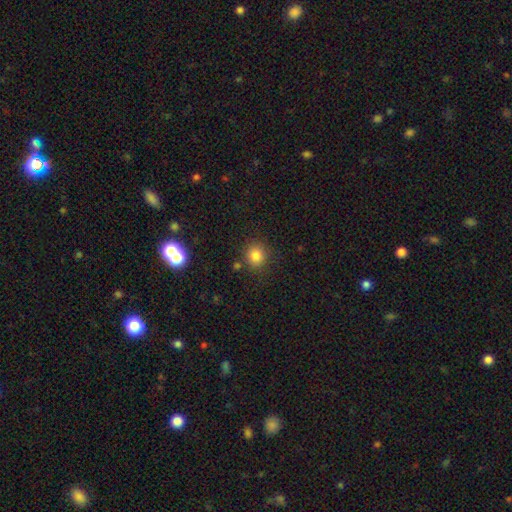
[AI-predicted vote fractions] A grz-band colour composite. It shows a smooth galaxy with no disk features (83%) that is round (86%). Merging: none (82%).